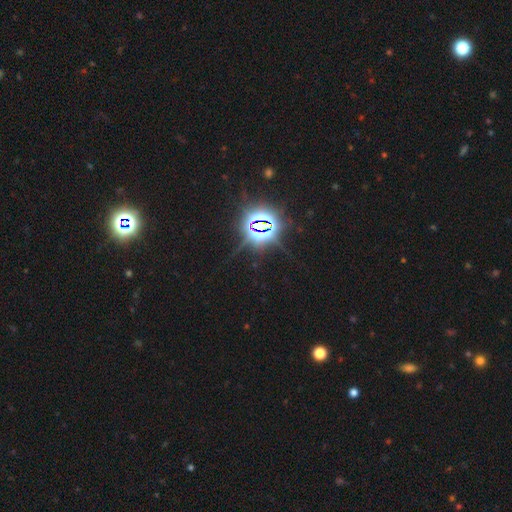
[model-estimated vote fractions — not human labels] smooth-or-featured: star or artifact: 83% | smooth: 10% | featured or disk: 7%